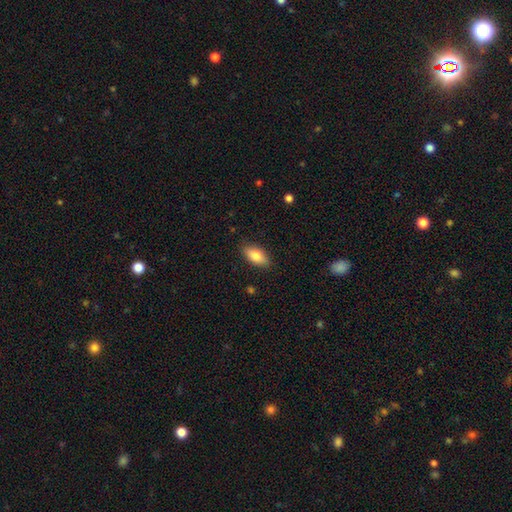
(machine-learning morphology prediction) smooth-or-featured: smooth: 81% | featured or disk: 12% | star or artifact: 7%
  how-rounded: in between: 88% | cigar-shaped: 9% | round: 3%
  merging: none: 86% | minor disturbance: 11% | major disturbance: 2% | merger: 1%